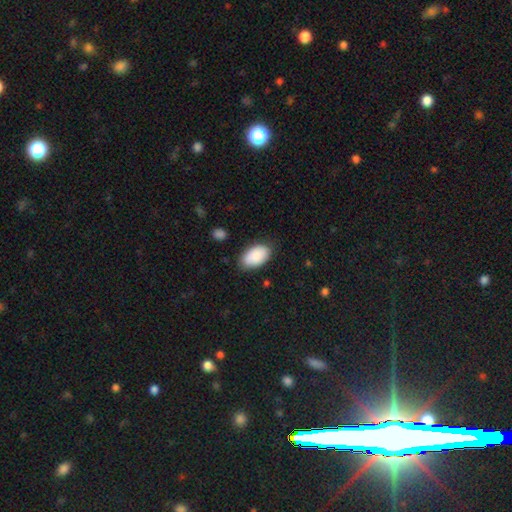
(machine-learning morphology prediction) A smooth galaxy with no disk features (88%) that is in between round and cigar-shaped (95%).

Vote fractions:
- Smooth or featured? smooth: 88% / star or artifact: 6% / featured or disk: 6%
- How rounded? in between: 95% / round: 4% / cigar-shaped: 1%
- Merging? none: 82% / minor disturbance: 14% / major disturbance: 3% / merger: 1%